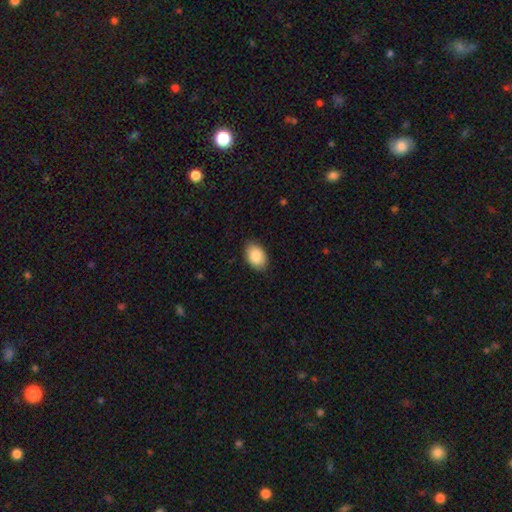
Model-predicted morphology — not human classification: smooth_or_featured: smooth (p=0.87) [alt: star or artifact p=0.06]
how_rounded: in between (p=0.88) [alt: round p=0.11]
merging: none (p=0.86) [alt: minor disturbance p=0.11]